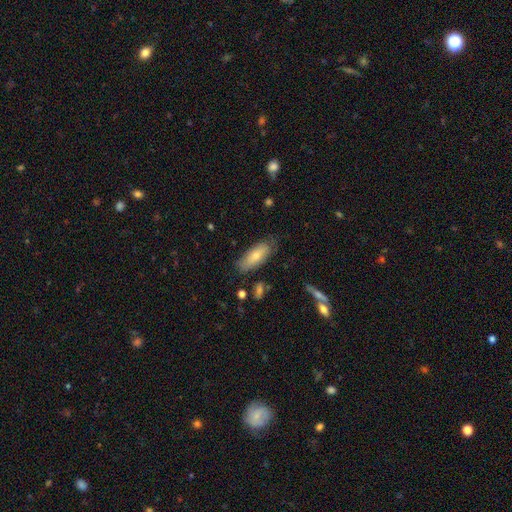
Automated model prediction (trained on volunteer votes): A smooth galaxy with no disk features (72%) that is in between round and cigar-shaped (78%). Merging: none (72%).